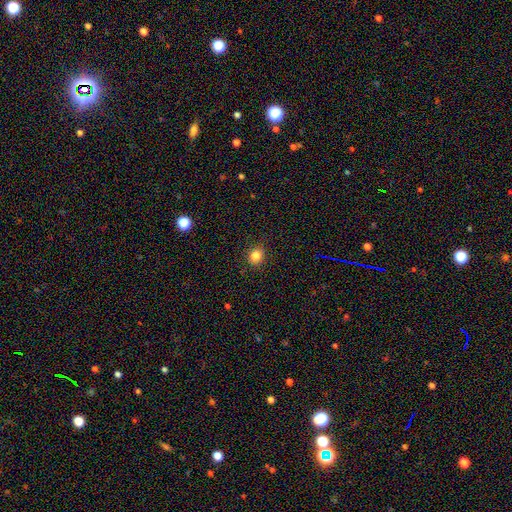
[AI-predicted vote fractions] This appears to be a smooth galaxy with no disk features (83%) that is round (70%). Merging: none (88%).